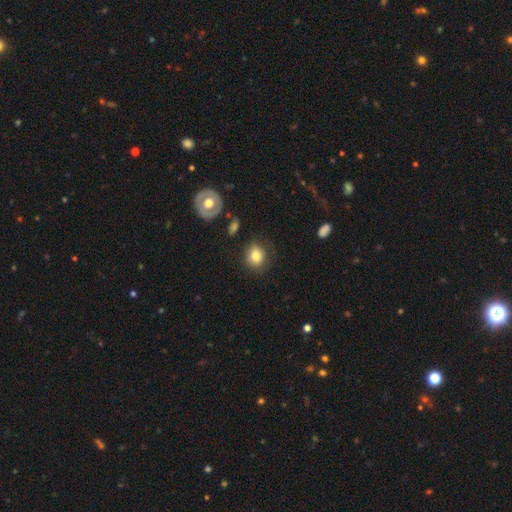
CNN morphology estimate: Smooth or featured: smooth — 81% (featured or disk — 10%)
How rounded: round — 66% (in between — 33%)
Merging: none — 77% (minor disturbance — 15%)